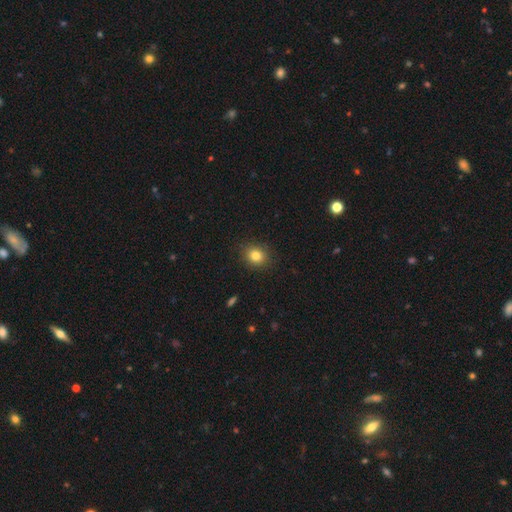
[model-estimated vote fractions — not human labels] Smooth or featured: smooth — 82% (star or artifact — 11%)
How rounded: round — 71% (in between — 29%)
Merging: none — 88% (minor disturbance — 9%)